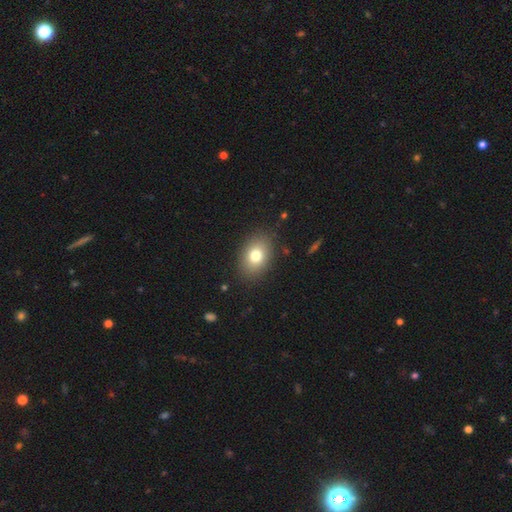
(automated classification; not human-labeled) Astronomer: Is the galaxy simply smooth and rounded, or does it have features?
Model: smooth — 77%.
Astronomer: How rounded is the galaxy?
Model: in between — 76%.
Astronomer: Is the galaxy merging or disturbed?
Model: none — 87%.